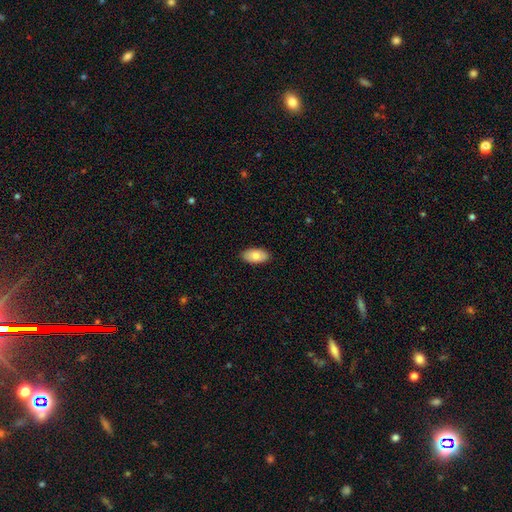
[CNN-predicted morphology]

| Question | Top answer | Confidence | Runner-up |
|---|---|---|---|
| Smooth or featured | smooth | 83% | featured or disk (11%) |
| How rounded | in between | 95% | cigar-shaped (3%) |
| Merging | none | 89% | minor disturbance (8%) |